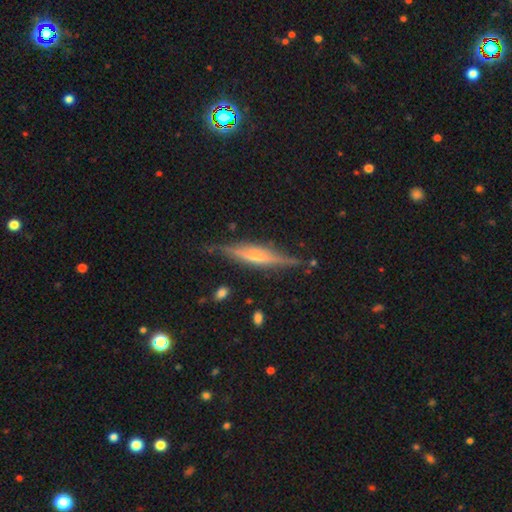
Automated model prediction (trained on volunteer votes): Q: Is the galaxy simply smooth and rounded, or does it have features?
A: featured or disk — 73%.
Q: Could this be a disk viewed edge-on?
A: yes — 95%.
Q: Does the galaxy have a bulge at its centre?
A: rounded — 54%.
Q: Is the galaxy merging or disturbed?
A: none — 82%.